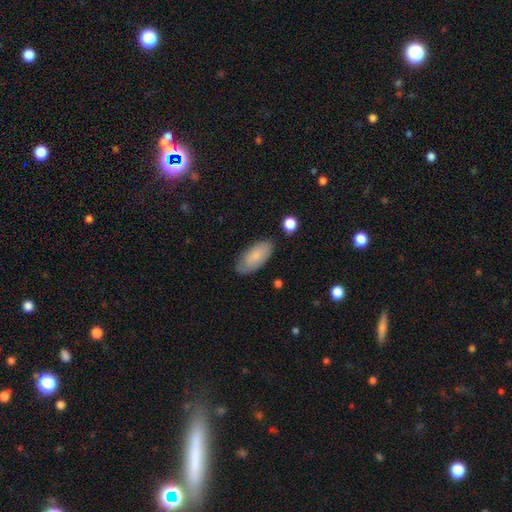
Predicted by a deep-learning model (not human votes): Morphology: type=smooth (77%); roundness=in between (90%); merging=none (79%).